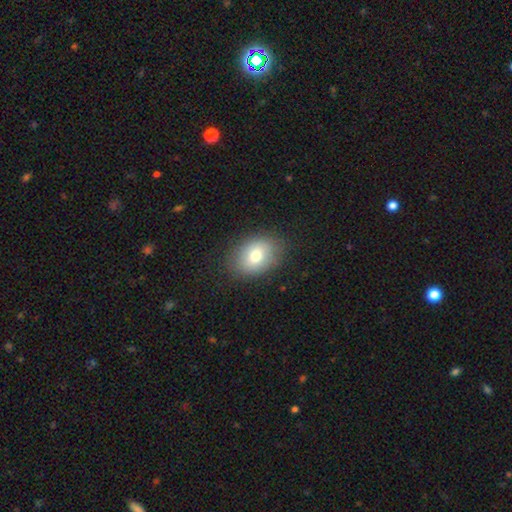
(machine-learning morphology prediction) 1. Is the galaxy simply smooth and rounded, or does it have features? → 76% smooth, 14% featured or disk, 10% star or artifact.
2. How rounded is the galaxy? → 71% in between, 28% round, 1% cigar-shaped.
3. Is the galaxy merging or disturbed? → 84% none, 11% minor disturbance, 4% major disturbance, 1% merger.